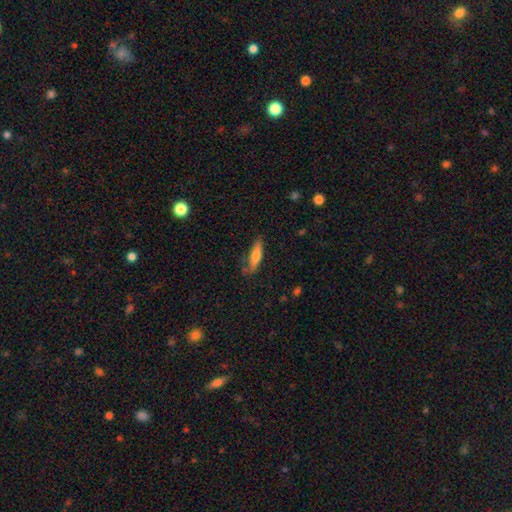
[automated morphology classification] Smooth or featured?
  - smooth: 71% *
  - featured or disk: 22%
  - star or artifact: 6%
How rounded?
  - cigar-shaped: 72% *
  - in between: 26%
  - round: 2%
Merging?
  - none: 65% *
  - minor disturbance: 24%
  - major disturbance: 7%
  - merger: 3%